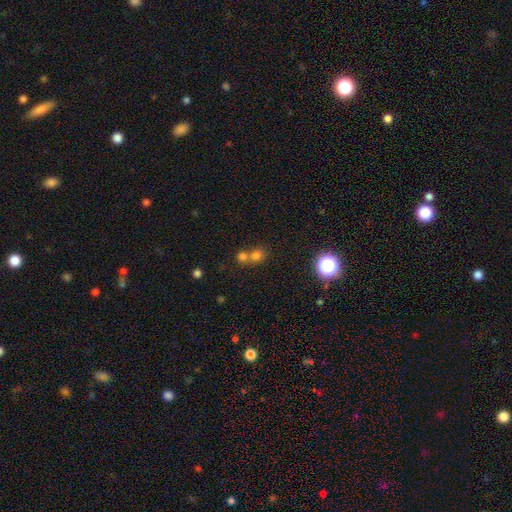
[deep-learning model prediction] Morphology: type=smooth (71%); roundness=round (79%); merging=merger (54%).